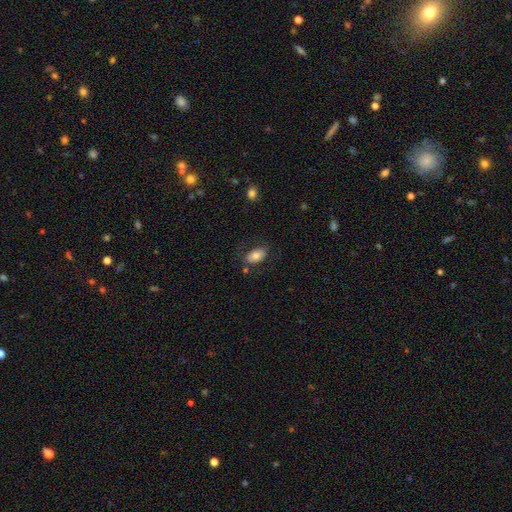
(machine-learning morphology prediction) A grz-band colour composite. It shows a smooth galaxy with no disk features (74%) that is in between round and cigar-shaped (92%). Merging: none (76%).